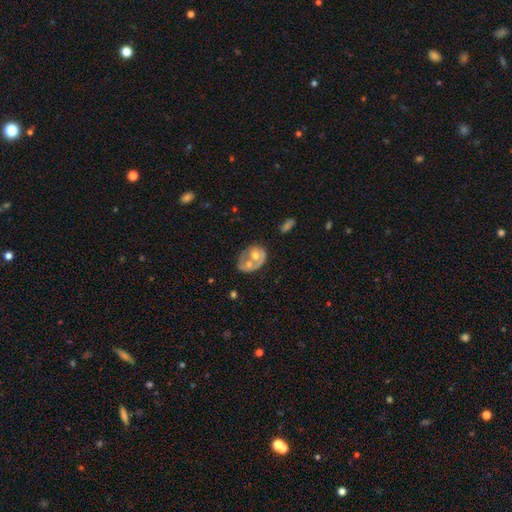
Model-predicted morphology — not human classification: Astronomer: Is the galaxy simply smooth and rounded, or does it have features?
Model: featured or disk — 51% (runner-up: smooth, 43%).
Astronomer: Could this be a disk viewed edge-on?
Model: no — 97%.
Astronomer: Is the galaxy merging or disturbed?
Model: merger — 43% (runner-up: none, 25%).